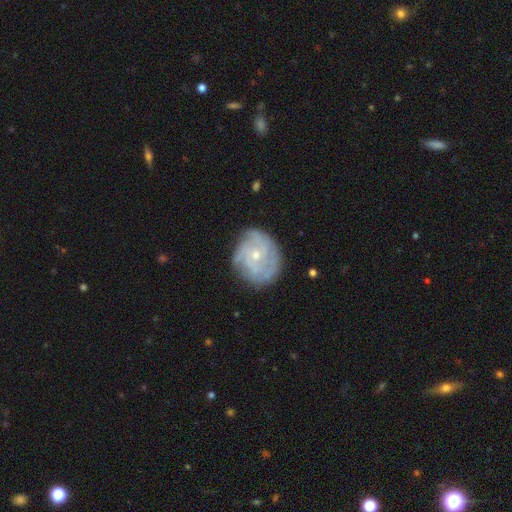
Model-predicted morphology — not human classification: This is likely a featured or disk galaxy (75%). It is clearly not viewed edge-on (97%). Bar: likely no (75%). Spiral arm pattern: clearly yes (89%). Spiral arm count: marginally can't tell (38%). Spiral winding: likely tight (61%). Central bulge: likely small (64%). Merging: likely none (73%).